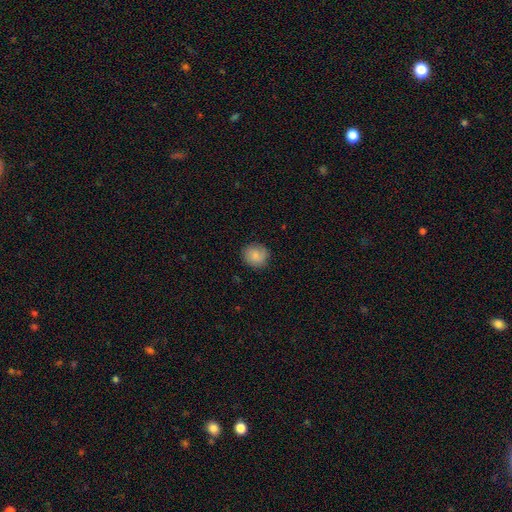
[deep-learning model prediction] smooth-or-featured: smooth: 83% | featured or disk: 10% | star or artifact: 8%
  how-rounded: round: 86% | in between: 13% | cigar-shaped: 1%
  merging: none: 86% | minor disturbance: 11% | major disturbance: 3% | merger: 1%